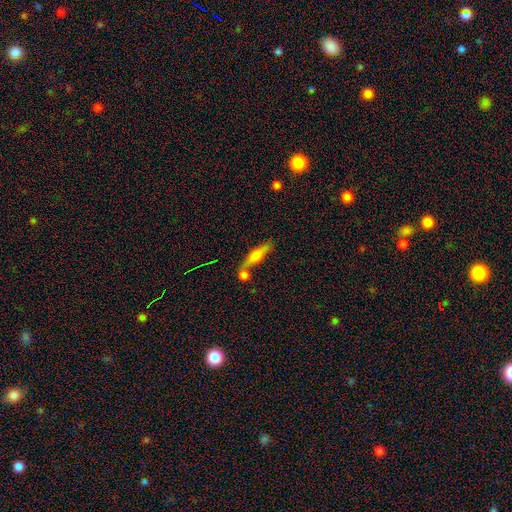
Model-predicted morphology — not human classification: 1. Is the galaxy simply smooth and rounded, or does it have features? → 54% smooth, 37% featured or disk, 9% star or artifact.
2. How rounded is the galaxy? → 68% cigar-shaped, 27% in between, 5% round.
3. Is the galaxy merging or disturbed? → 46% none, 37% merger, 12% minor disturbance, 6% major disturbance.